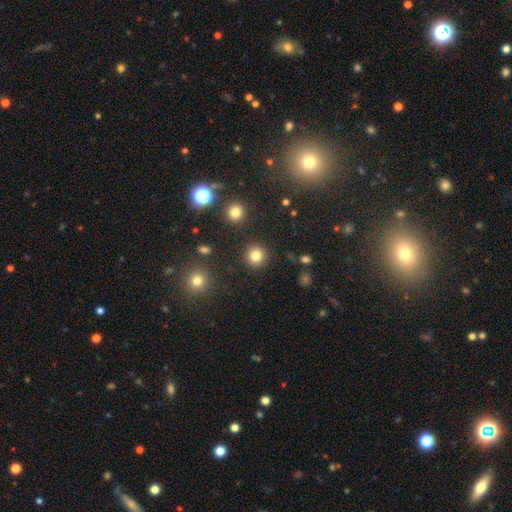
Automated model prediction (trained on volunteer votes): The model was most divided on "smooth or featured": smooth: 82%, star or artifact: 12%, featured or disk: 6%. More confident: how rounded — round (94%); merging — none (90%).